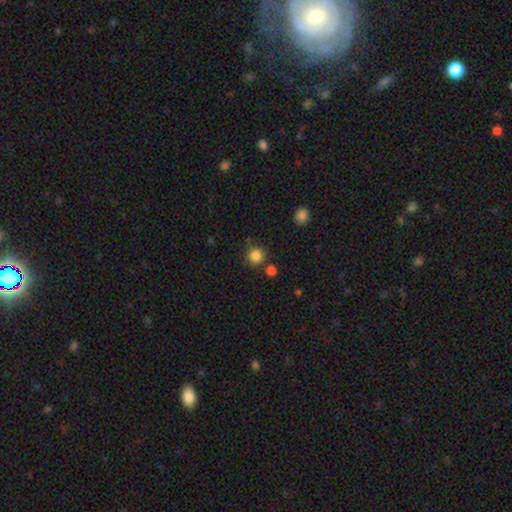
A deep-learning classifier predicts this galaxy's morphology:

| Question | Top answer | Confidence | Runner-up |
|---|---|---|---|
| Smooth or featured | smooth | 84% | star or artifact (12%) |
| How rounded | round | 92% | in between (7%) |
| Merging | none | 76% | minor disturbance (11%) |